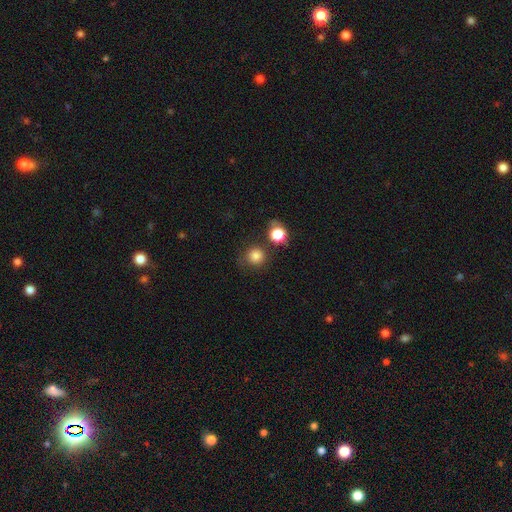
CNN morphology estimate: Q: Smooth or featured?
A: smooth (81%); runner-up: star or artifact (13%)
Q: How rounded?
A: round (92%); runner-up: in between (7%)
Q: Merging?
A: none (75%); runner-up: minor disturbance (11%)